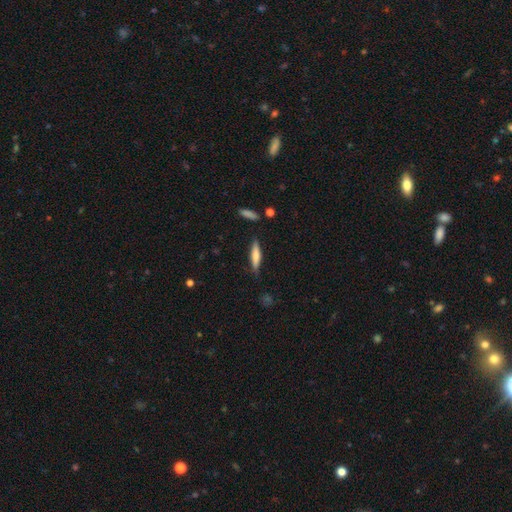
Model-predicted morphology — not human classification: smooth_or_featured: smooth (p=0.65) [alt: featured or disk p=0.29]
how_rounded: cigar-shaped (p=0.82) [alt: in between p=0.16]
merging: none (p=0.82) [alt: minor disturbance p=0.13]